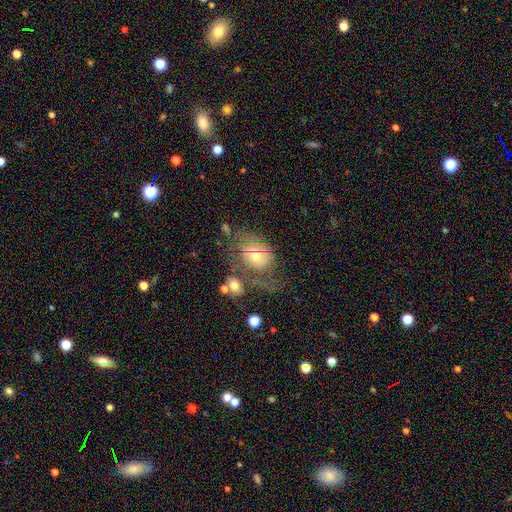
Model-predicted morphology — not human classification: This is possibly a featured or disk galaxy (54%). It is clearly not viewed edge-on (94%). Bar: likely no (76%). Spiral arm pattern: possibly yes (56%). Central bulge: possibly moderate (59%). Merging: marginally major disturbance (33%).